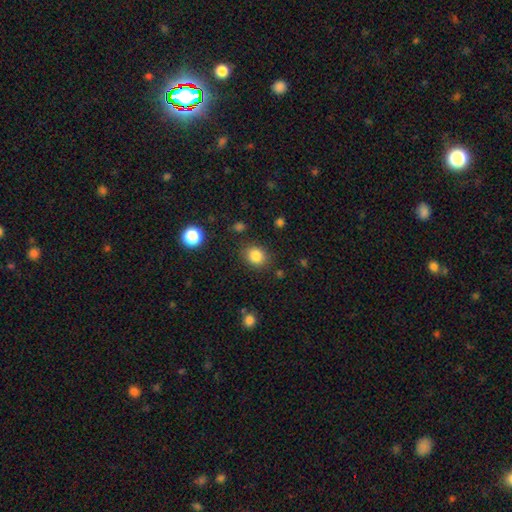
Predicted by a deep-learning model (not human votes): Q: Smooth or featured?
A: smooth (84%); runner-up: star or artifact (11%)
Q: How rounded?
A: round (68%); runner-up: in between (31%)
Q: Merging?
A: none (84%); runner-up: minor disturbance (10%)